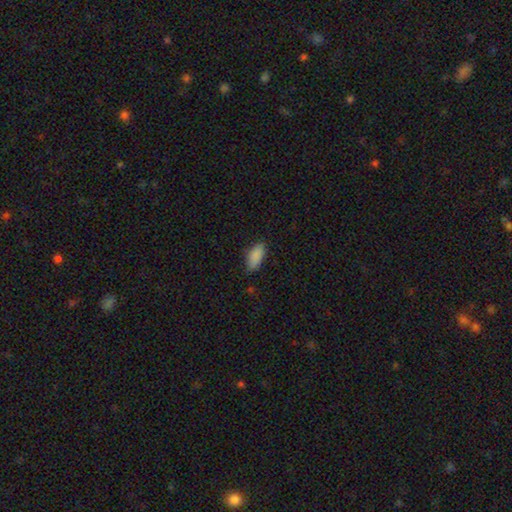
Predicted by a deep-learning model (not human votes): A smooth galaxy with no disk features (88%) that is in between round and cigar-shaped (86%).

Vote fractions:
- Smooth or featured? smooth: 88% / star or artifact: 7% / featured or disk: 5%
- How rounded? in between: 86% / cigar-shaped: 12% / round: 2%
- Merging? none: 78% / minor disturbance: 18% / major disturbance: 3% / merger: 1%